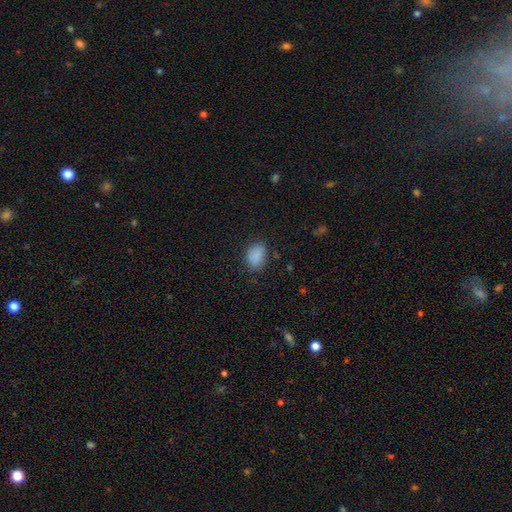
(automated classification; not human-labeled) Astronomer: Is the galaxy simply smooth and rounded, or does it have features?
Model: smooth — 87%.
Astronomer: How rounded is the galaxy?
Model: in between — 79%.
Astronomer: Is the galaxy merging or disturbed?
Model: none — 77%.